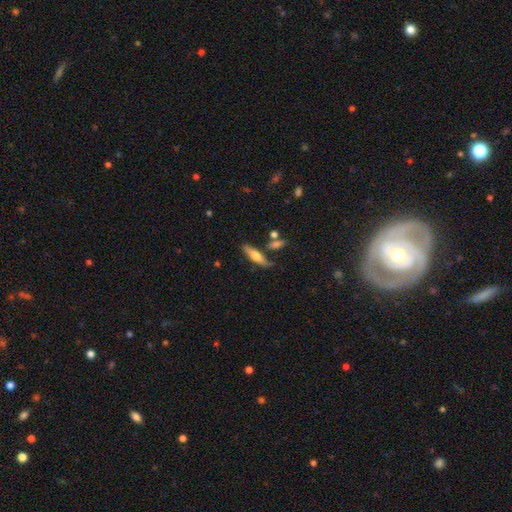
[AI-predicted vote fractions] Smooth or featured?
  - smooth: 56% *
  - featured or disk: 37%
  - star or artifact: 7%
How rounded?
  - cigar-shaped: 65% *
  - in between: 33%
  - round: 2%
Merging?
  - none: 69% *
  - minor disturbance: 17%
  - merger: 9%
  - major disturbance: 5%